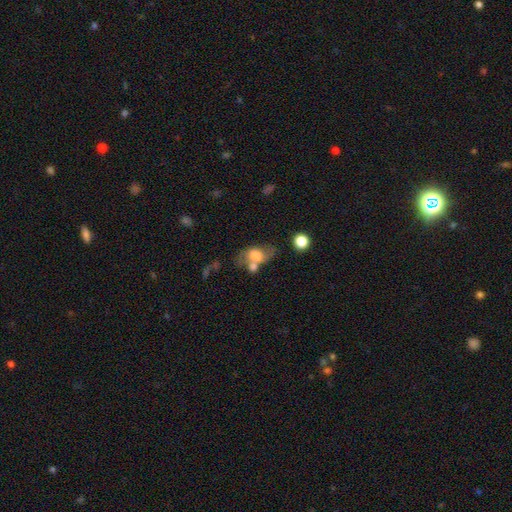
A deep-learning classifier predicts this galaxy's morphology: Smooth or featured? Predicted: smooth (p=0.54). How rounded? Predicted: in between (p=0.75). Merging? Predicted: merger (p=0.36).